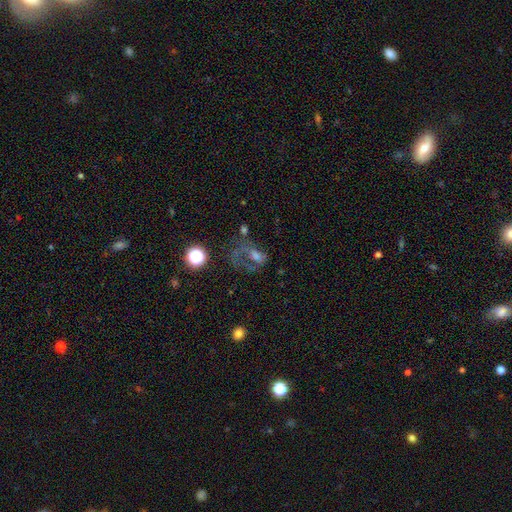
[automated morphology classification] type=featured or disk (48%); merging=major disturbance (47%).